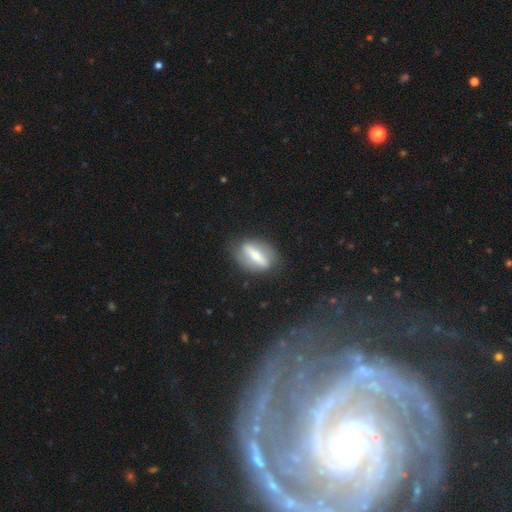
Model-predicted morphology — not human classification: smooth_or_featured: featured or disk (p=0.55) [alt: smooth p=0.38]
disk_edge_on: no (p=0.65) [alt: yes p=0.35]
merging: none (p=0.79) [alt: minor disturbance p=0.13]